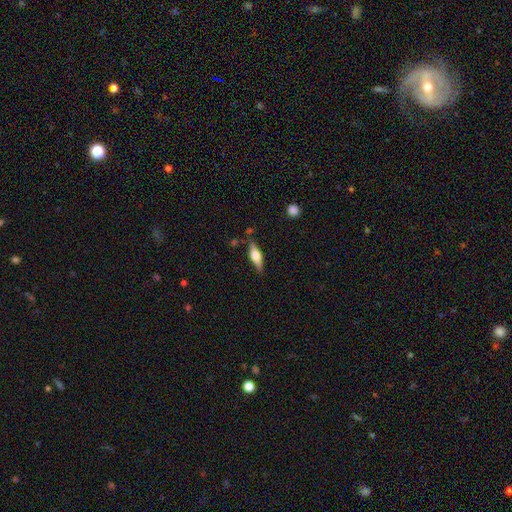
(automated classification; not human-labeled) smooth_or_featured: featured or disk (p=0.55) [alt: smooth p=0.38]
disk_edge_on: yes (p=0.94) [alt: no p=0.06]
edge_on_bulge: rounded (p=0.88) [alt: boxy p=0.10]
merging: none (p=0.80) [alt: minor disturbance p=0.13]